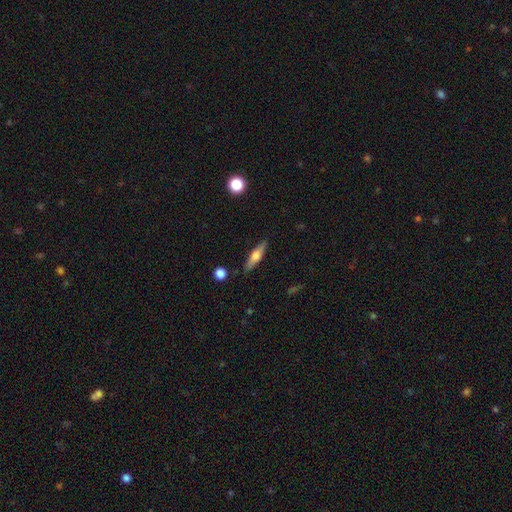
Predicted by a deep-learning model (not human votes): Smooth or featured: featured or disk — 49% (smooth — 44%)
Merging: none — 87% (minor disturbance — 9%)